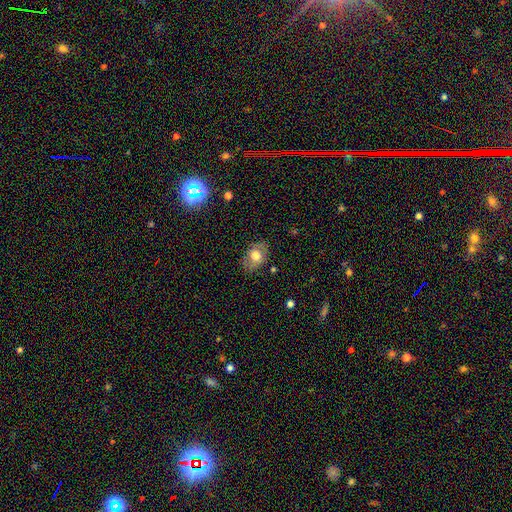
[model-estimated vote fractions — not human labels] Smooth or featured: smooth — 64% (featured or disk — 28%)
How rounded: in between — 76% (round — 23%)
Merging: none — 79% (minor disturbance — 15%)